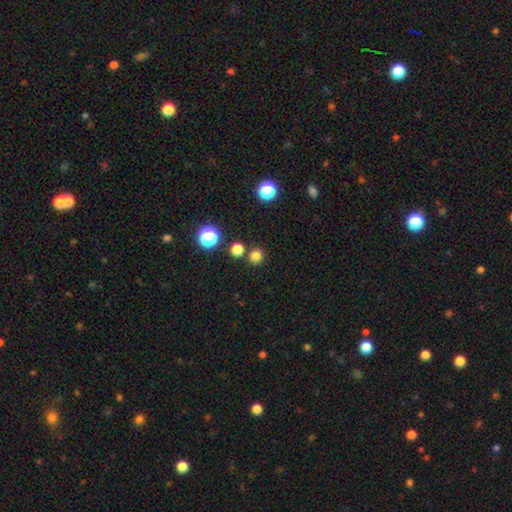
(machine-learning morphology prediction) A smooth galaxy with no disk features (78%) that is round (92%).

Vote fractions:
- Smooth or featured? smooth: 78% / star or artifact: 18% / featured or disk: 4%
- How rounded? round: 92% / in between: 7% / cigar-shaped: 1%
- Merging? none: 81% / merger: 10% / minor disturbance: 6% / major disturbance: 3%